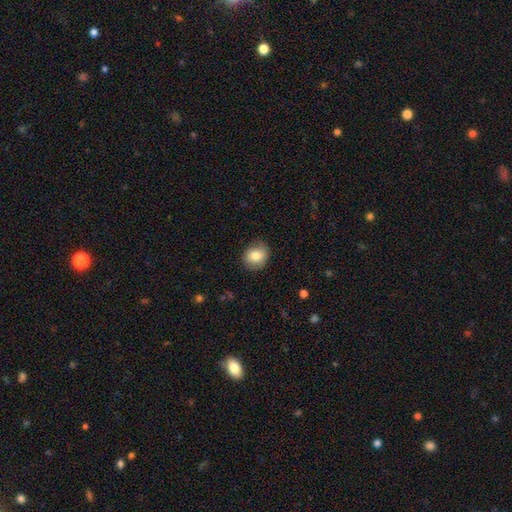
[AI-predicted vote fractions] Morphology: type=smooth (81%); roundness=round (68%); merging=none (84%).